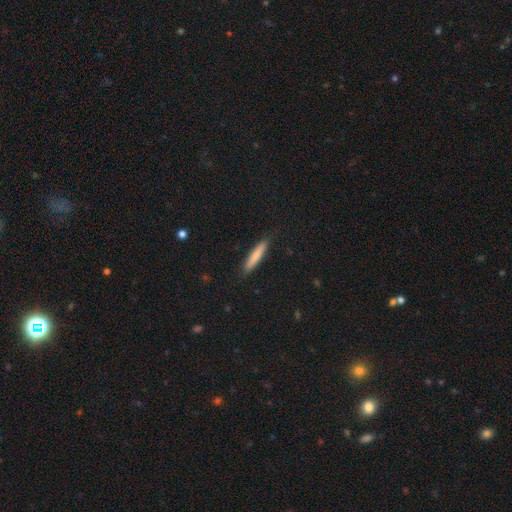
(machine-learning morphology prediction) Smooth or featured? Predicted: smooth (p=0.77). How rounded? Predicted: cigar-shaped (p=0.91). Merging? Predicted: none (p=0.89).